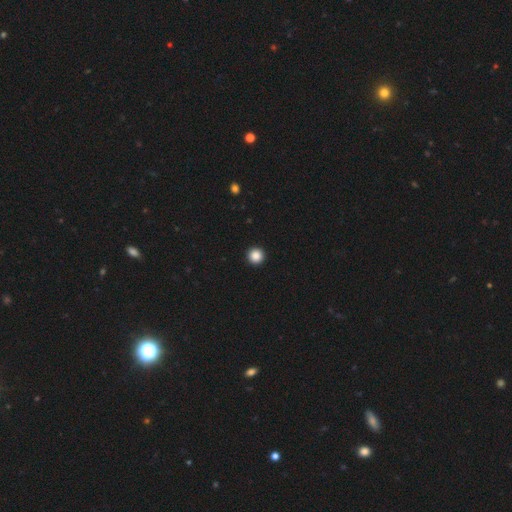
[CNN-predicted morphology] Smooth or featured? smooth (87%)
How rounded? round (97%)
Merging? none (95%)